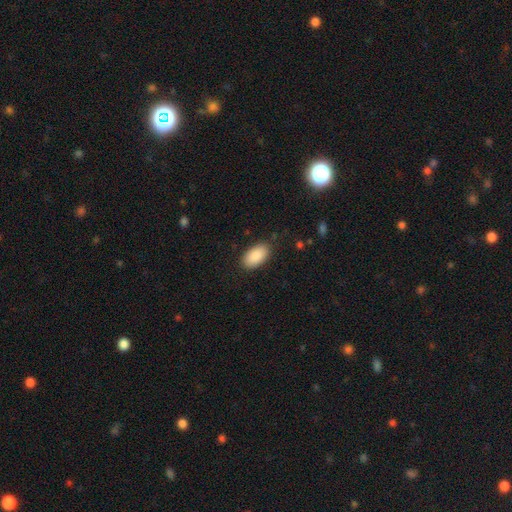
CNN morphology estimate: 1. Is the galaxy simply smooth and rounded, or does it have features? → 90% smooth, 6% star or artifact, 4% featured or disk.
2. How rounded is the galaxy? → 95% in between, 3% round, 2% cigar-shaped.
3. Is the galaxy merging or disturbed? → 86% none, 11% minor disturbance, 3% major disturbance, 1% merger.